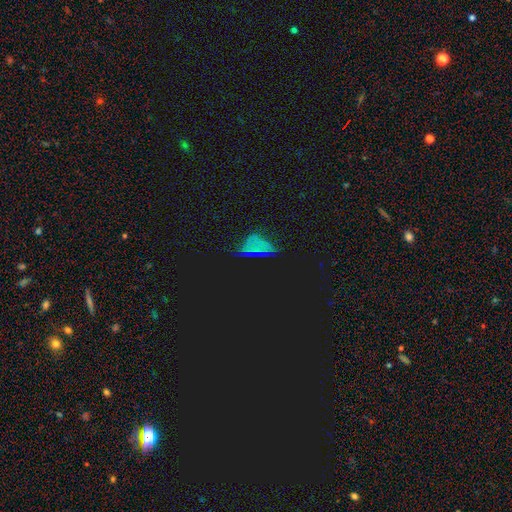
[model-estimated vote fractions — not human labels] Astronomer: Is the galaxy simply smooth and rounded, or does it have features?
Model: star or artifact — 67%.